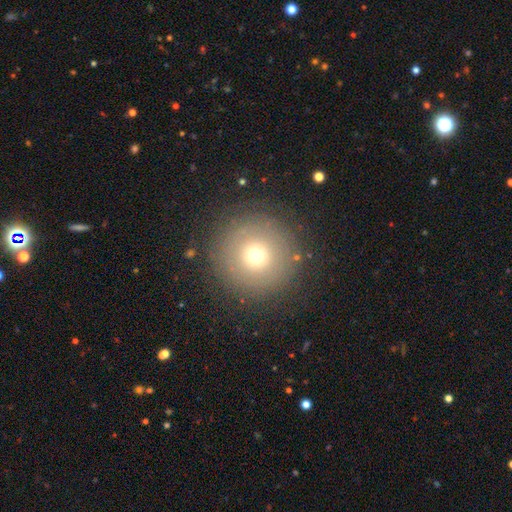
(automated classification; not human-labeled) Smooth or featured?
  - smooth: 69% *
  - star or artifact: 16%
  - featured or disk: 15%
How rounded?
  - round: 97% *
  - in between: 3%
  - cigar-shaped: 1%
Merging?
  - none: 87% *
  - minor disturbance: 8%
  - major disturbance: 4%
  - merger: 1%